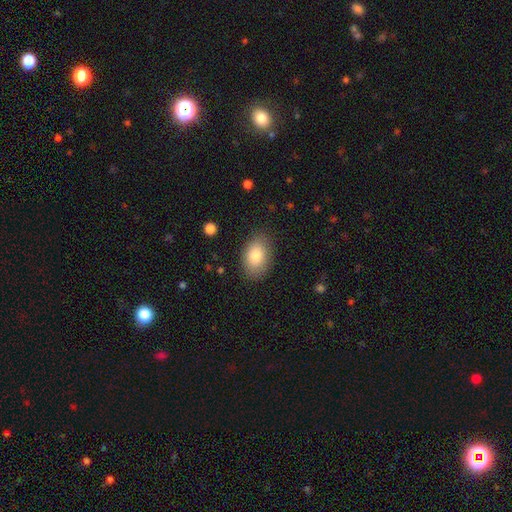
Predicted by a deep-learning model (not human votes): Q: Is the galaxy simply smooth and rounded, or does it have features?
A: smooth — 83%.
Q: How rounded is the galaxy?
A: in between — 84%.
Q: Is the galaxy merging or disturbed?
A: none — 84%.